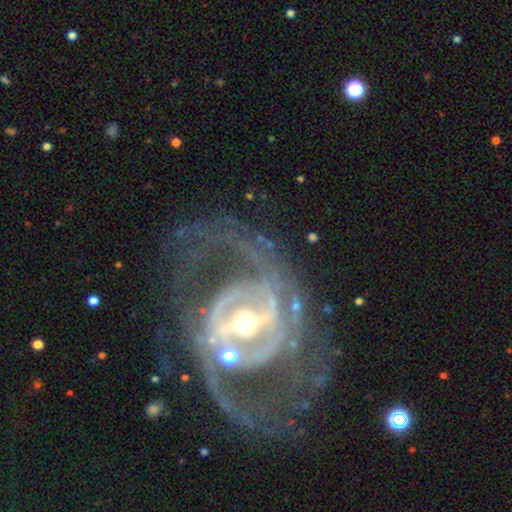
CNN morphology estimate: type=featured or disk (90%); edge-on=no (96%); bar=strong (63%); spiral arms=yes (92%); winding=medium (48%); arm count=2 (70%); bulge=moderate (57%); merging=none (57%).